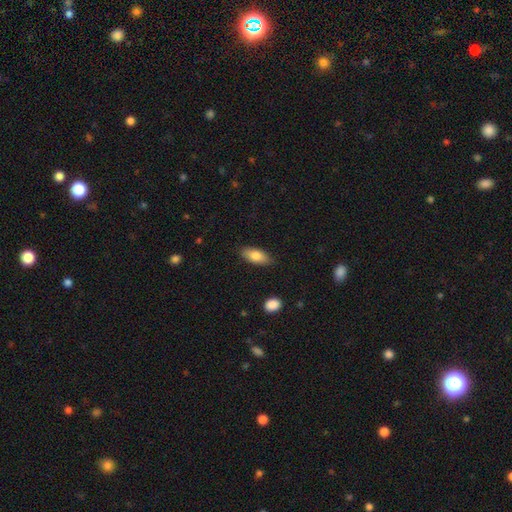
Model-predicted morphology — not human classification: Smooth or featured? Predicted: smooth (p=0.81). How rounded? Predicted: in between (p=0.86). Merging? Predicted: none (p=0.83).